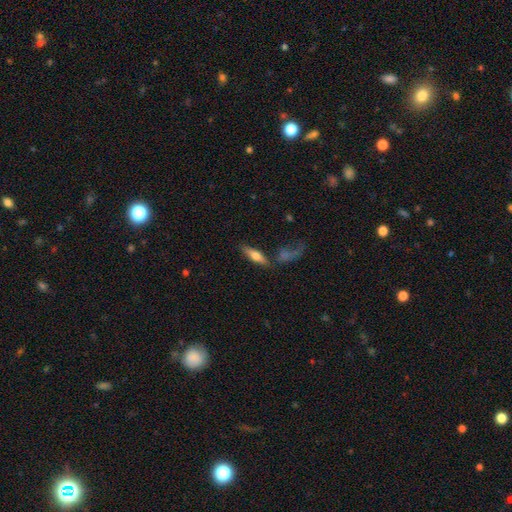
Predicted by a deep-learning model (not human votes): Q: Smooth or featured?
A: smooth (53%); runner-up: featured or disk (40%)
Q: How rounded?
A: cigar-shaped (57%); runner-up: in between (39%)
Q: Merging?
A: none (73%); runner-up: minor disturbance (13%)